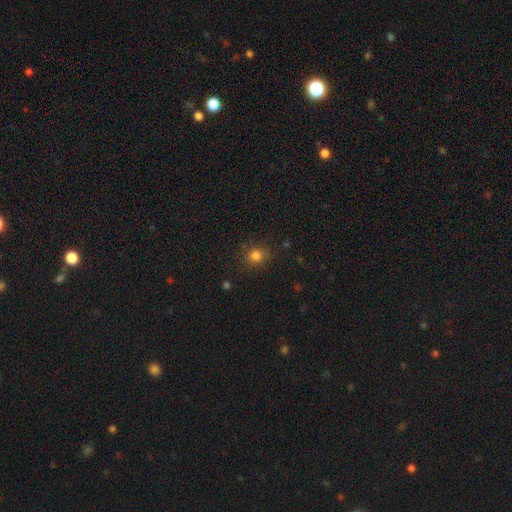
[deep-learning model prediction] smooth-or-featured: smooth: 81% | star or artifact: 14% | featured or disk: 5%
  how-rounded: round: 86% | in between: 13% | cigar-shaped: 1%
  merging: none: 86% | minor disturbance: 9% | major disturbance: 3% | merger: 1%